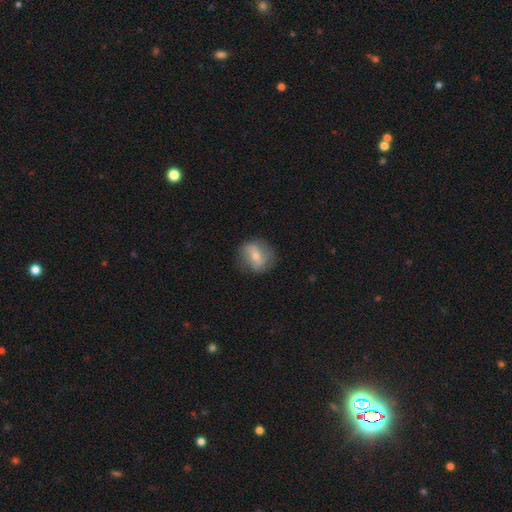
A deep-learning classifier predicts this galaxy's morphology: The model was most divided on "smooth or featured": smooth: 50%, featured or disk: 42%, star or artifact: 8%. More confident: merging — none (77%).